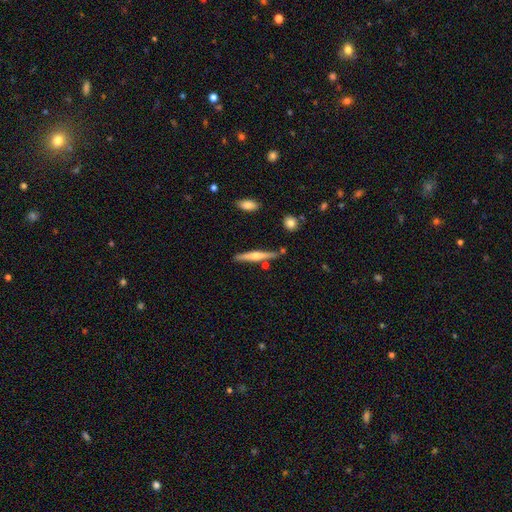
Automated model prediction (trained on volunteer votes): Q: Smooth or featured?
A: featured or disk (53%); runner-up: smooth (41%)
Q: Edge-on disk?
A: yes (96%); runner-up: no (4%)
Q: Edge-on bulge?
A: rounded (75%); runner-up: none (16%)
Q: Merging?
A: none (82%); runner-up: minor disturbance (11%)